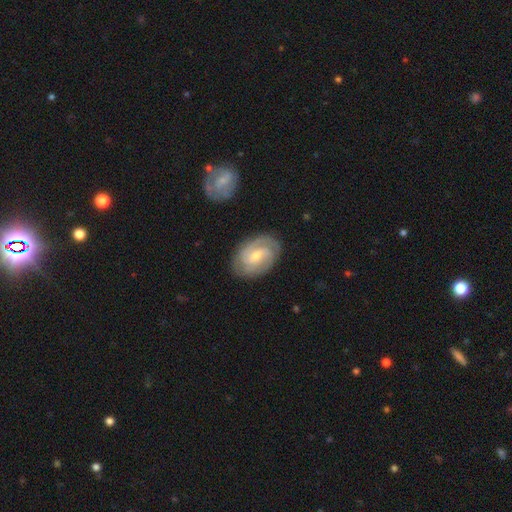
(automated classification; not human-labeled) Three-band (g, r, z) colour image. It shows a featured or disk galaxy (76%) with a weak bar (48%), 2 (48%) tight (56%) spiral arms (93%) and a small central bulge (50%). Merging: none (82%).